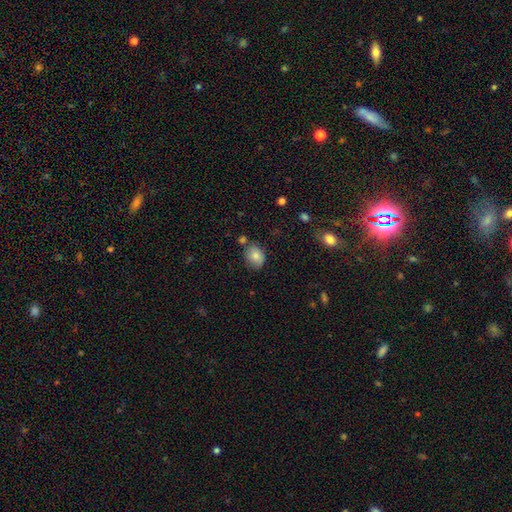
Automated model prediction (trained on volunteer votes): Smooth or featured? Predicted: smooth (p=0.81). How rounded? Predicted: in between (p=0.60). Merging? Predicted: none (p=0.68).